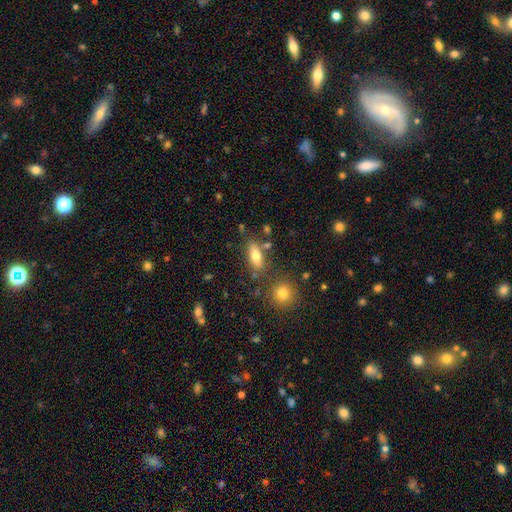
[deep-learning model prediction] A smooth galaxy with no disk features (76%) that is in between round and cigar-shaped (79%). Merging: none (72%).